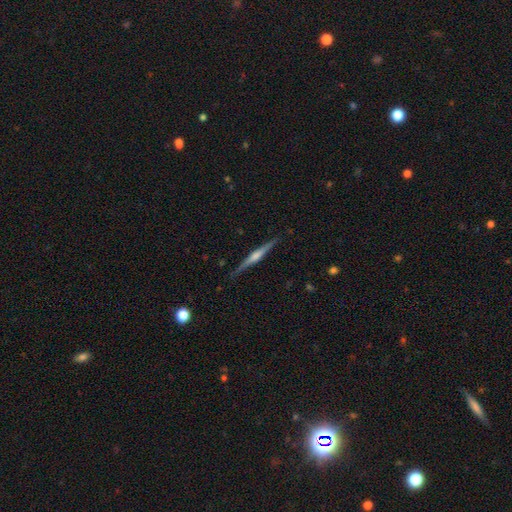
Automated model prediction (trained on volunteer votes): The model was most divided on "smooth or featured": featured or disk: 80%, smooth: 15%, star or artifact: 5%. More confident: edge-on disk — yes (98%); merging — none (90%); edge-on bulge — rounded (79%).